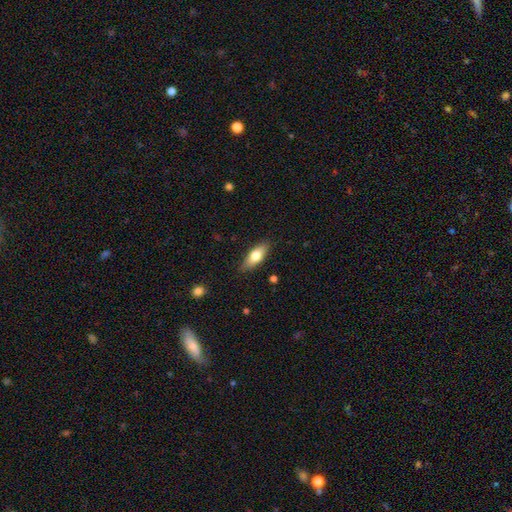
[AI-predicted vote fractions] Overall: smooth (69%). How rounded: in between (70%). Merging: none (84%).